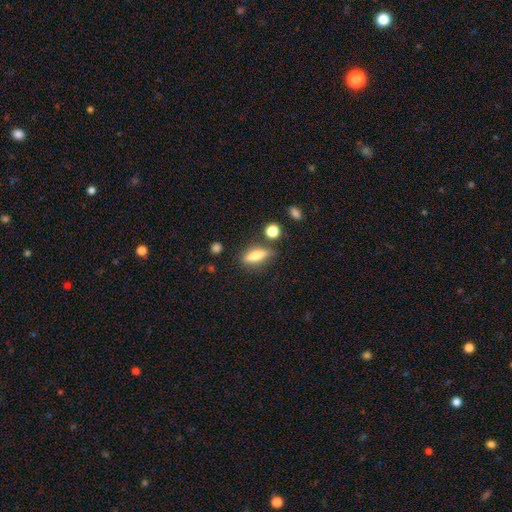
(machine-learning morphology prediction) Smooth or featured?
  - smooth: 64% *
  - featured or disk: 28%
  - star or artifact: 8%
How rounded?
  - cigar-shaped: 51% *
  - in between: 44%
  - round: 5%
Merging?
  - none: 77% *
  - minor disturbance: 14%
  - merger: 5%
  - major disturbance: 4%